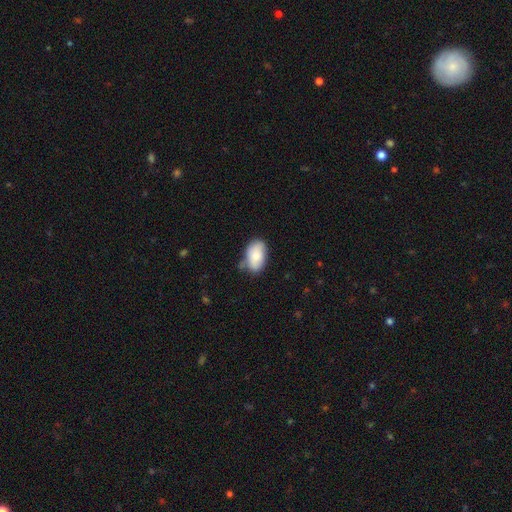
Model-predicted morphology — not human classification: This appears to be a smooth galaxy with no disk features (79%) that is in between round and cigar-shaped (92%). Merging: none (65%).